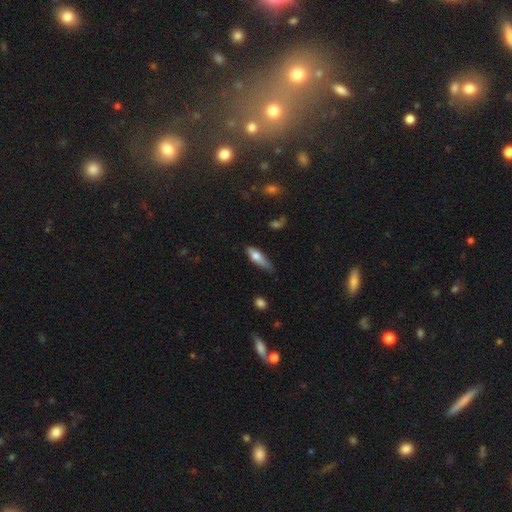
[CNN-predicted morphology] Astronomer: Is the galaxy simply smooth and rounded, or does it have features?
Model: smooth — 64%.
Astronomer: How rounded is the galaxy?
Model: cigar-shaped — 52% (runner-up: in between, 45%).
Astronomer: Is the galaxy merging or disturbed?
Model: none — 50% (runner-up: minor disturbance, 37%).